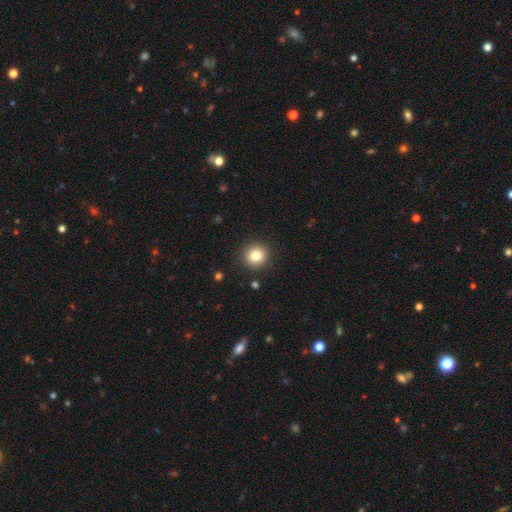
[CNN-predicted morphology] smooth 82%, star or artifact 11%, featured or disk 7%. Down the decision tree: how rounded — round (93%); merging — none (91%).